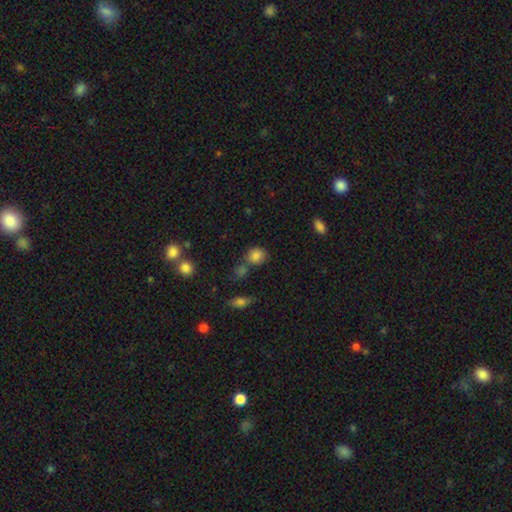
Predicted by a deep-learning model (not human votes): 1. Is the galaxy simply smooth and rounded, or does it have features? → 82% smooth, 11% star or artifact, 6% featured or disk.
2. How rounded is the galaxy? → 71% round, 28% in between, 1% cigar-shaped.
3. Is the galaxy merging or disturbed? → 63% none, 18% merger, 14% minor disturbance, 5% major disturbance.